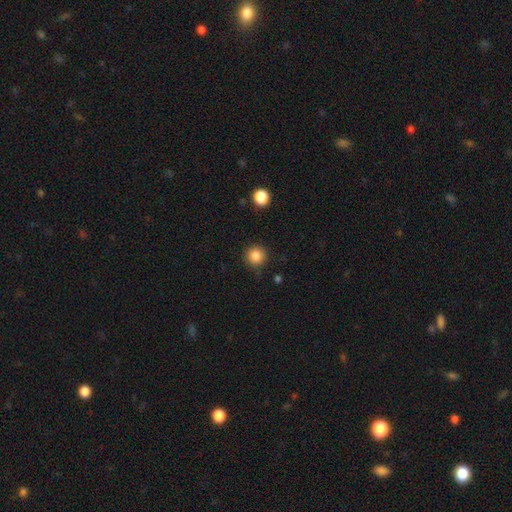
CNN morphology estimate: Overall: smooth (85%). How rounded: round (94%). Merging: none (87%).